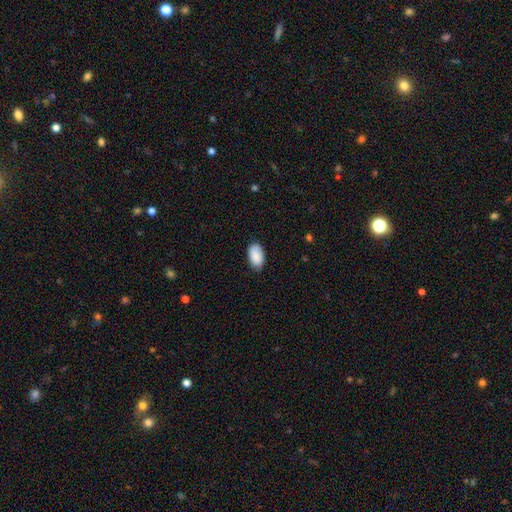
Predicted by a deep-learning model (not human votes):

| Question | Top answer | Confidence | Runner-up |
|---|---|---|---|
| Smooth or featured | smooth | 90% | star or artifact (6%) |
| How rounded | in between | 95% | round (4%) |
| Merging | none | 82% | minor disturbance (15%) |